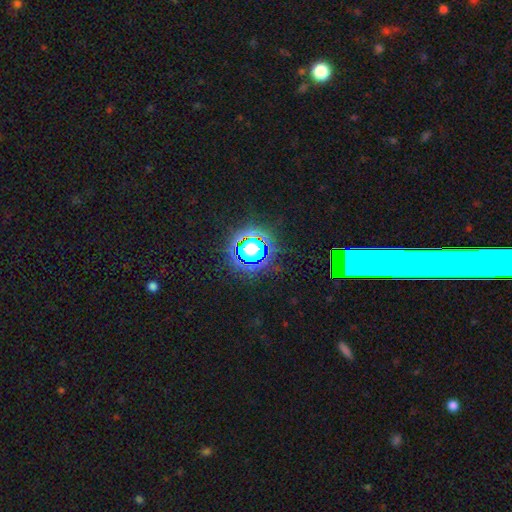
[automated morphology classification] Smooth or featured?
  - star or artifact: 62% *
  - smooth: 27%
  - featured or disk: 11%